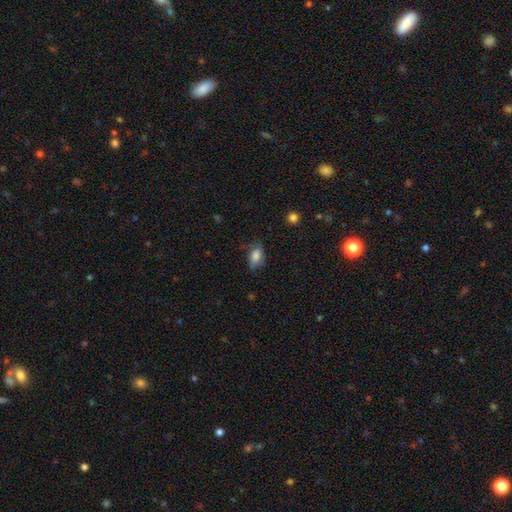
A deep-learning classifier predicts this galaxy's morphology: Smooth or featured: smooth — 80% (featured or disk — 11%)
How rounded: in between — 86% (round — 11%)
Merging: none — 64% (minor disturbance — 27%)